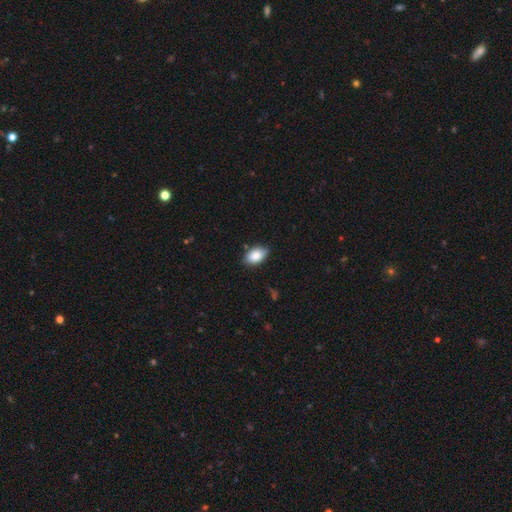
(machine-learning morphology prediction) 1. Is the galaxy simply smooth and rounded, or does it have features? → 83% smooth, 9% featured or disk, 7% star or artifact.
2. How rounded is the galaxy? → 90% in between, 8% round, 2% cigar-shaped.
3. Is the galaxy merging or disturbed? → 81% none, 15% minor disturbance, 2% major disturbance, 2% merger.